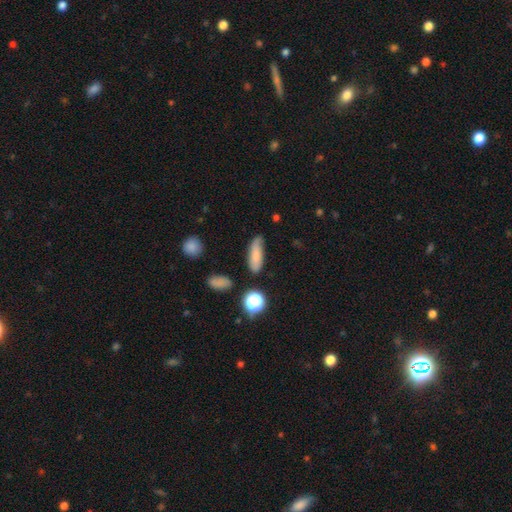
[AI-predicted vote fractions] Smooth or featured? Predicted: smooth (p=0.76). How rounded? Predicted: in between (p=0.55). Merging? Predicted: none (p=0.69).